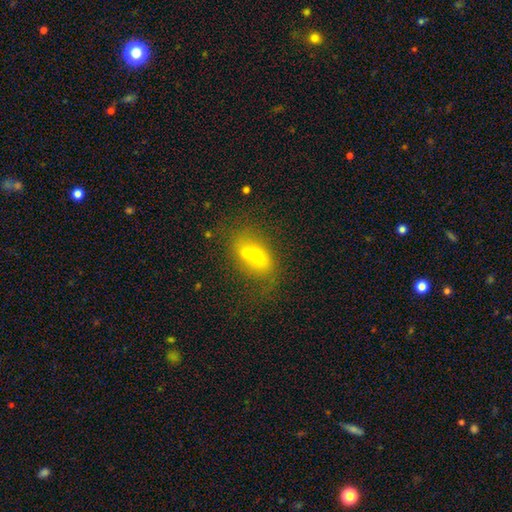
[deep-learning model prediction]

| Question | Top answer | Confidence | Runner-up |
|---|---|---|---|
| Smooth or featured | smooth | 53% | featured or disk (29%) |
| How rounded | in between | 64% | round (32%) |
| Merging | merger | 54% | none (30%) |